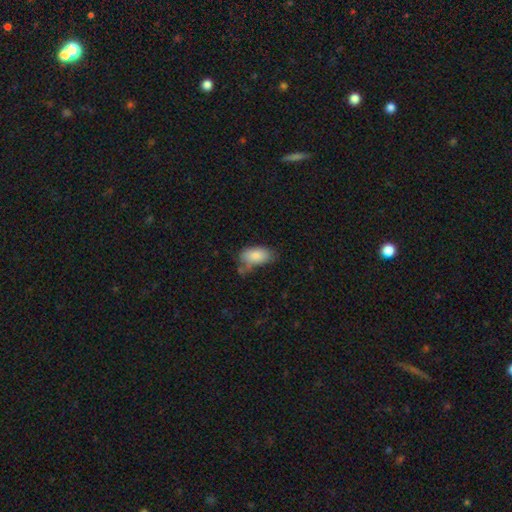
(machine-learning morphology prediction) smooth-or-featured: smooth: 84% | featured or disk: 9% | star or artifact: 7%
  how-rounded: in between: 93% | round: 4% | cigar-shaped: 2%
  merging: none: 50% | minor disturbance: 30% | merger: 10% | major disturbance: 10%